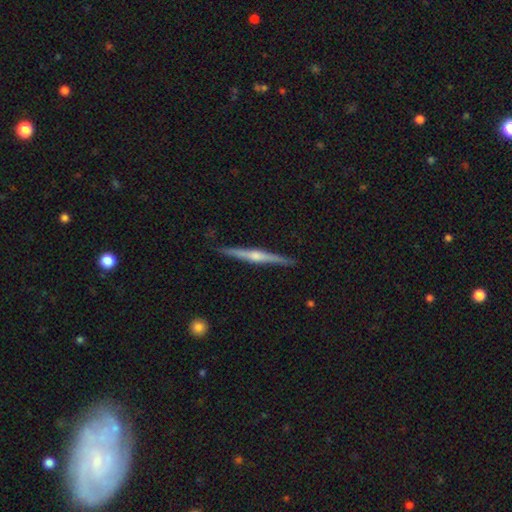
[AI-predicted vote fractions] Morphology: type=featured or disk (78%); edge-on=yes (98%); edge-on bulge=rounded (84%); merging=none (91%).